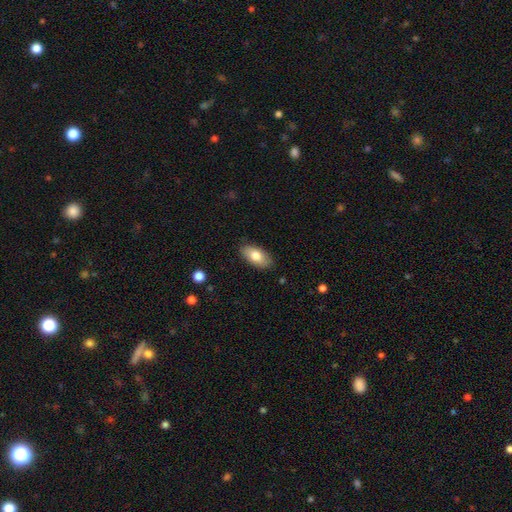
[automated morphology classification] This appears to be a smooth galaxy with no disk features (78%) that is in between round and cigar-shaped (91%). Merging: none (87%).